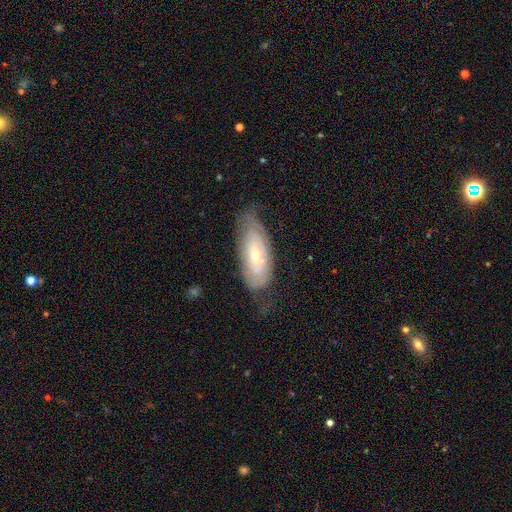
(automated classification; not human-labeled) smooth-or-featured: featured or disk: 60% | smooth: 33% | star or artifact: 7%
  disk-edge-on: no: 85% | yes: 15%
    bar: no: 69% | weak: 24% | strong: 7%
    has-spiral-arms: yes: 70% | no: 30%
    bulge-size: small: 56% | moderate: 40% | large: 2% | none: 1% | dominant: 1%
  merging: none: 61% | minor disturbance: 27% | major disturbance: 11% | merger: 1%